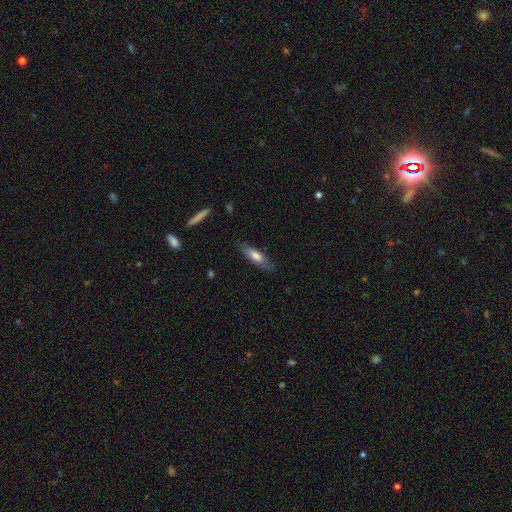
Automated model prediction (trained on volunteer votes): smooth_or_featured: smooth (p=0.68) [alt: featured or disk p=0.26]
how_rounded: cigar-shaped (p=0.51) [alt: in between p=0.47]
merging: none (p=0.77) [alt: minor disturbance p=0.18]